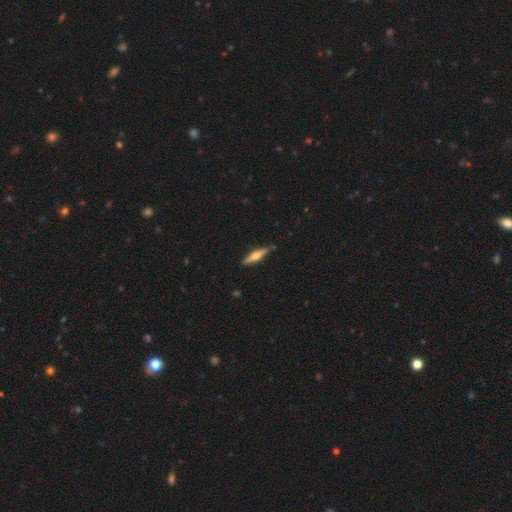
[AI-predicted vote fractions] smooth-or-featured: featured or disk: 49% | smooth: 45% | star or artifact: 6%
  merging: none: 86% | minor disturbance: 11% | major disturbance: 2% | merger: 1%